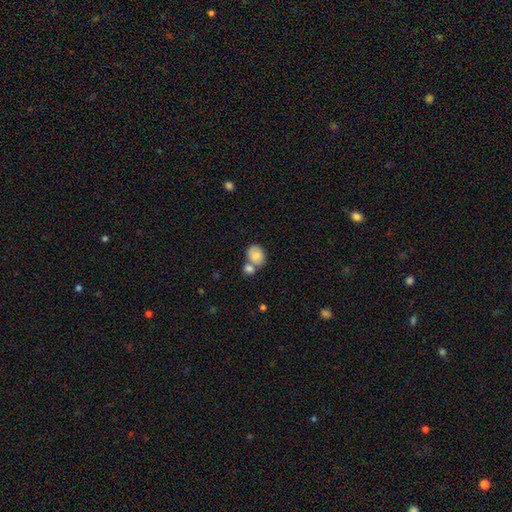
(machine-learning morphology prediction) Smooth or featured? Predicted: smooth (p=0.77). How rounded? Predicted: in between (p=0.52). Merging? Predicted: merger (p=0.48).